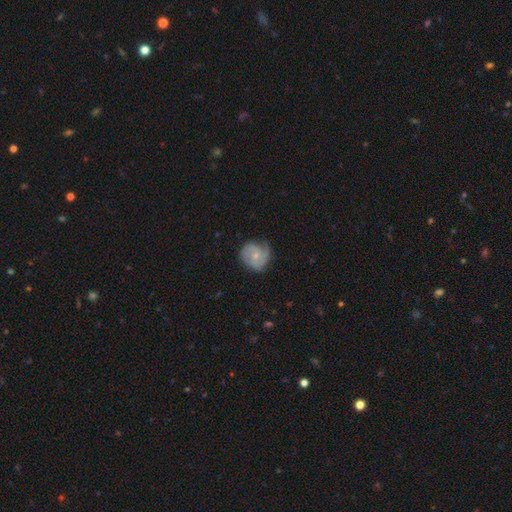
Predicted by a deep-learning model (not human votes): A featured or disk galaxy (62%) with no bar (73%), 2 (42%) tight (44%) spiral arms (88%) and a small central bulge (63%).

Vote fractions:
- Smooth or featured? featured or disk: 62% / smooth: 31% / star or artifact: 6%
- Edge-on disk? no: 98% / yes: 2%
- Bar? no: 73% / weak: 23% / strong: 3%
- Spiral arms? yes: 88% / no: 12%
- Spiral winding? tight: 44% / medium: 40% / loose: 17%
- Spiral arm count? 2: 42% / can't tell: 21% / 3: 19% / 1: 12% / 4: 3% / more than 4: 3%
- Bulge size? small: 63% / moderate: 31% / none: 4% / large: 1% / dominant: 1%
- Merging? none: 63% / minor disturbance: 26% / major disturbance: 10% / merger: 1%